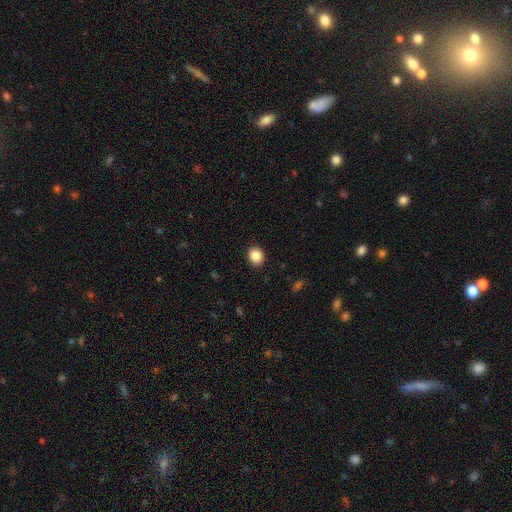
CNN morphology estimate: The model was most divided on "how rounded": round: 66%, in between: 33%, cigar-shaped: 1%. More confident: merging — none (91%); smooth or featured — smooth (87%).